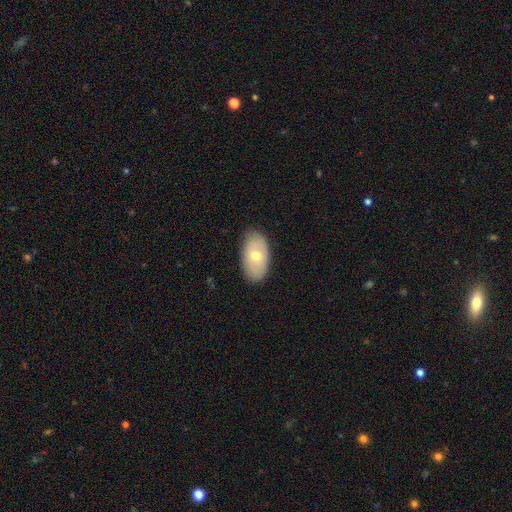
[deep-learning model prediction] A smooth galaxy with no disk features (62%) that is in between round and cigar-shaped (93%). Merging: none (84%).